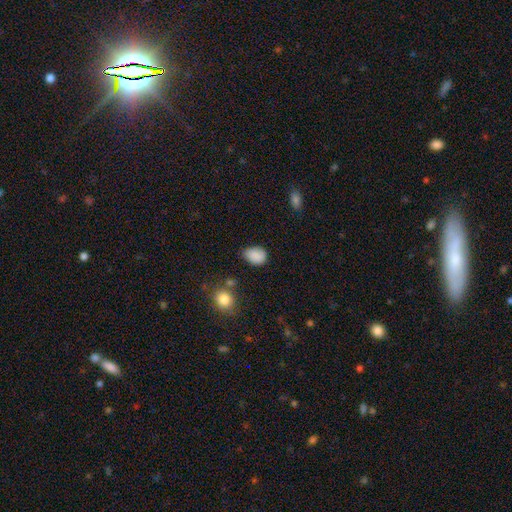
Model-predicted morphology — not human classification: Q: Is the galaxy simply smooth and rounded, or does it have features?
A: smooth — 87%.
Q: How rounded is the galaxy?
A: in between — 71%.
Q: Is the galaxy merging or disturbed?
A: none — 62%.